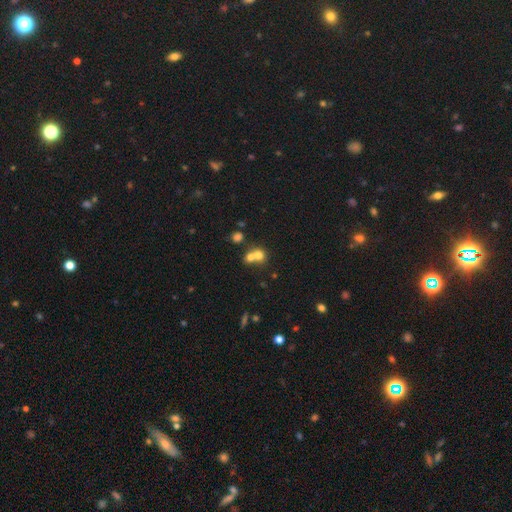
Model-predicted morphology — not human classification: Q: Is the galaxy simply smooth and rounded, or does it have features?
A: smooth — 70%.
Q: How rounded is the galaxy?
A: round — 78%.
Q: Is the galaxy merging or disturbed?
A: merger — 60%.